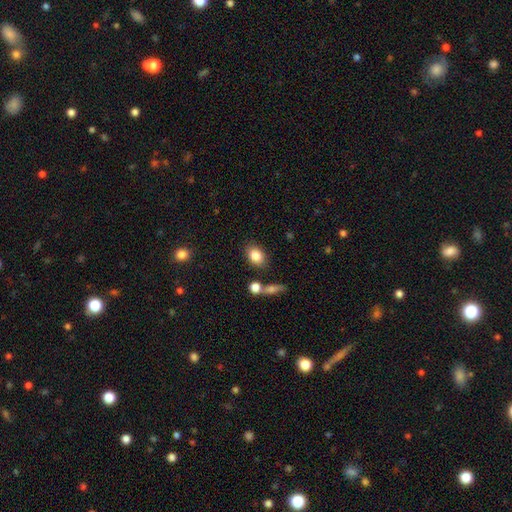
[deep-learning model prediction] Overall: smooth (84%). How rounded: in between (69%). Merging: none (75%).